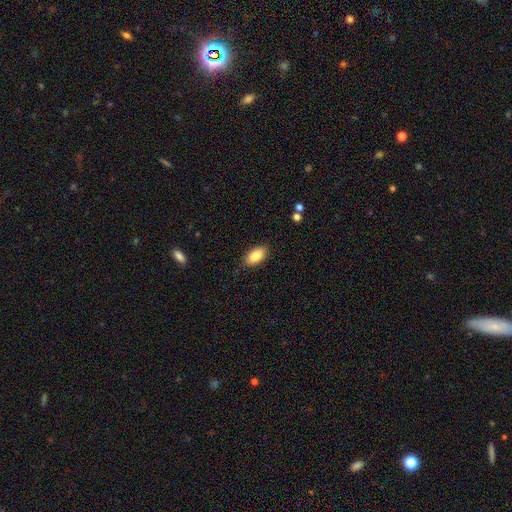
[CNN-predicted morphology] smooth 87%, star or artifact 7%, featured or disk 7%. Down the decision tree: how rounded — in between (92%); merging — none (84%).